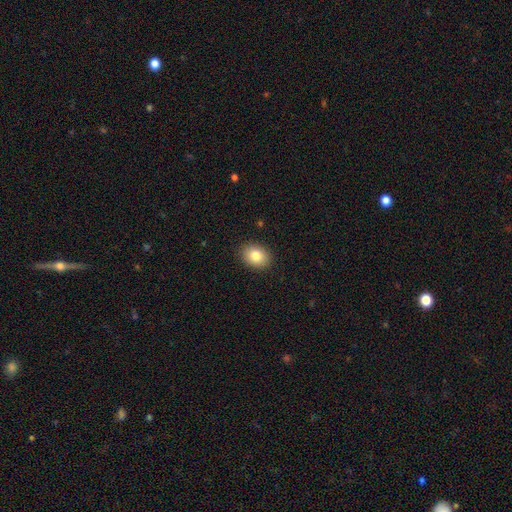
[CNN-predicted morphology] This is clearly a smooth galaxy (83%). How rounded: likely in between (62%). Merging: clearly none (90%).